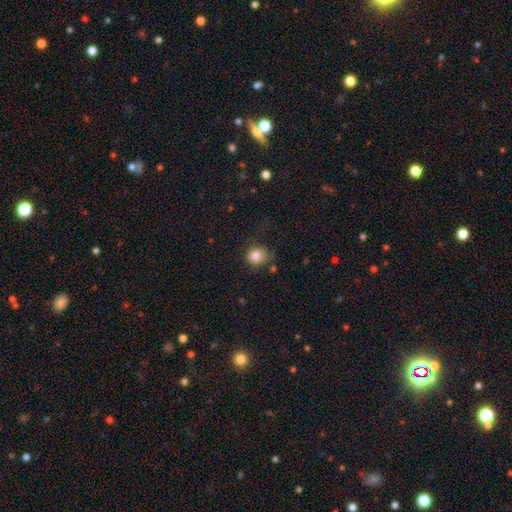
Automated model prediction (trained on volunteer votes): smooth_or_featured: smooth (p=0.81) [alt: star or artifact p=0.11]
how_rounded: round (p=0.81) [alt: in between p=0.18]
merging: none (p=0.62) [alt: minor disturbance p=0.25]